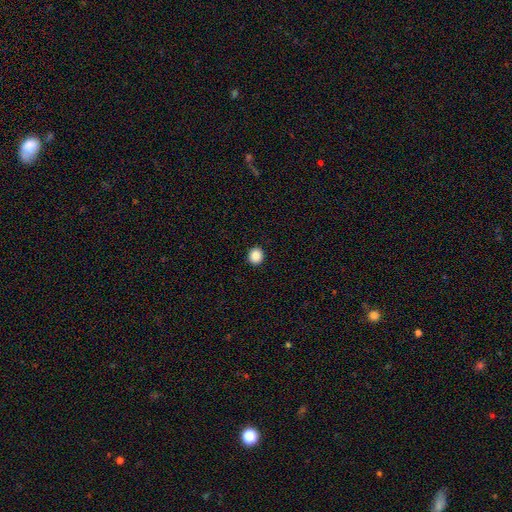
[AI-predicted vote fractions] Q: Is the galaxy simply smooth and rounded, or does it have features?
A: smooth — 88%.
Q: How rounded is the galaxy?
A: round — 83%.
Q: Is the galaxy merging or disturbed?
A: none — 93%.